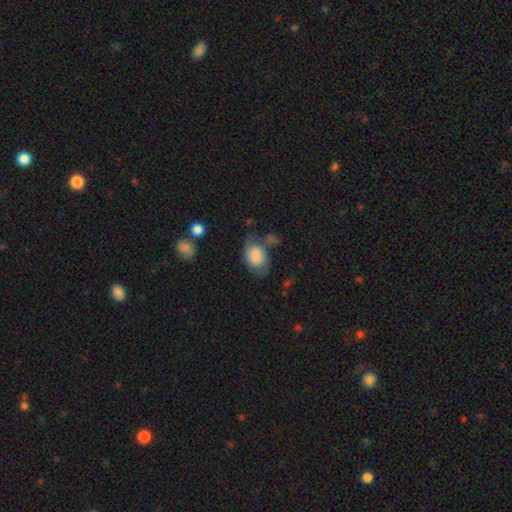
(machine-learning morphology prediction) Smooth or featured?
  - smooth: 74% *
  - featured or disk: 18%
  - star or artifact: 7%
How rounded?
  - in between: 78% *
  - round: 21%
  - cigar-shaped: 1%
Merging?
  - none: 42% *
  - minor disturbance: 29%
  - major disturbance: 18%
  - merger: 11%